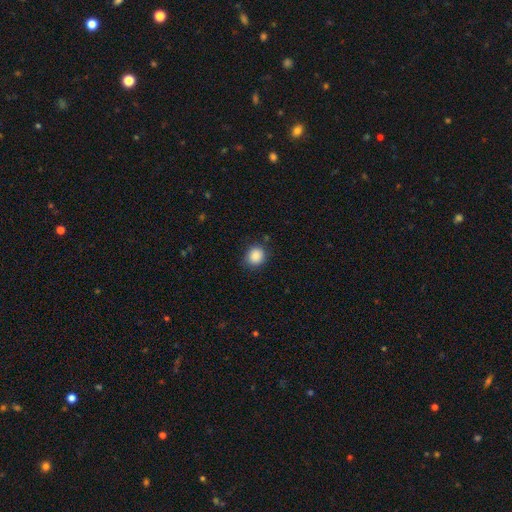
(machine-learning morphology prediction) smooth 88%, star or artifact 9%, featured or disk 3%. Down the decision tree: how rounded — round (79%); merging — none (84%).